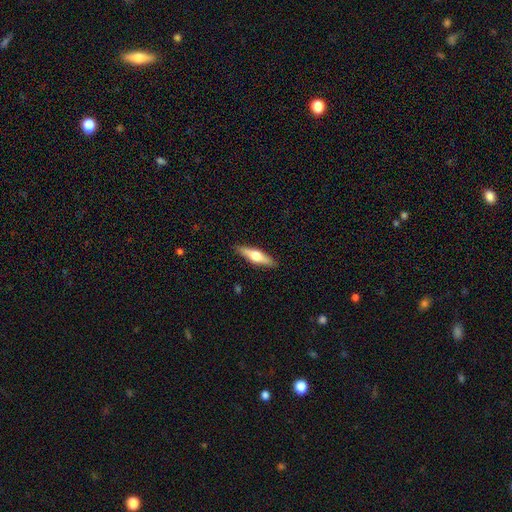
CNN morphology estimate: Smooth or featured: featured or disk — 53% (smooth — 42%)
Edge-on disk: yes — 95% (no — 5%)
Merging: none — 90% (minor disturbance — 7%)